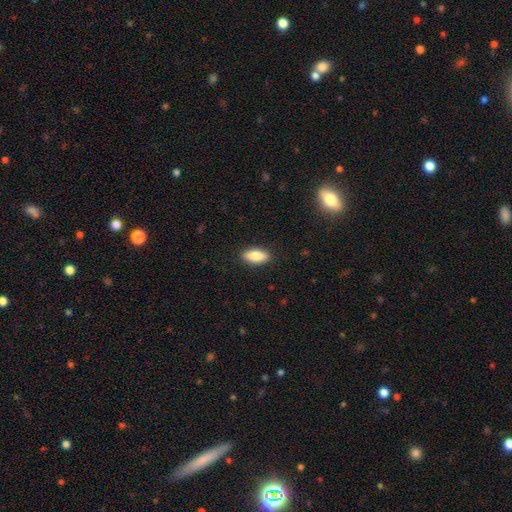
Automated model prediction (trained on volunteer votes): Q: Smooth or featured?
A: smooth (82%); runner-up: featured or disk (12%)
Q: How rounded?
A: in between (83%); runner-up: cigar-shaped (14%)
Q: Merging?
A: none (89%); runner-up: minor disturbance (8%)